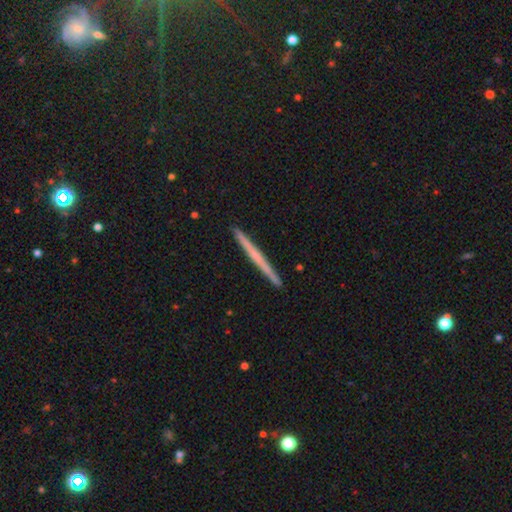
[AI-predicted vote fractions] Overall: featured or disk (55%; smooth 39%). Edge-on disk: yes (98%). Edge-on bulge: none (78%). Merging: none (93%).